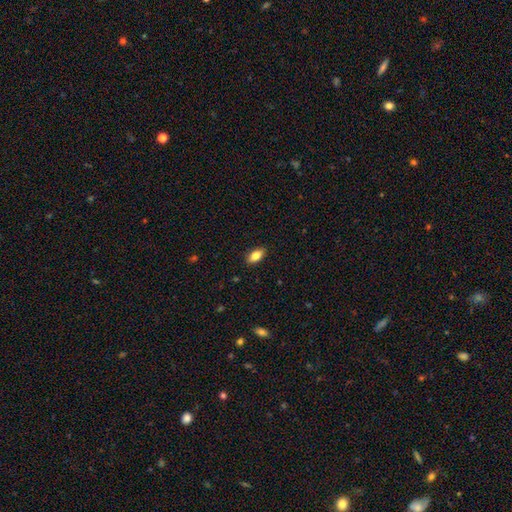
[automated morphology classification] Q: Smooth or featured?
A: smooth (82%); runner-up: featured or disk (11%)
Q: How rounded?
A: in between (89%); runner-up: cigar-shaped (7%)
Q: Merging?
A: none (89%); runner-up: minor disturbance (8%)